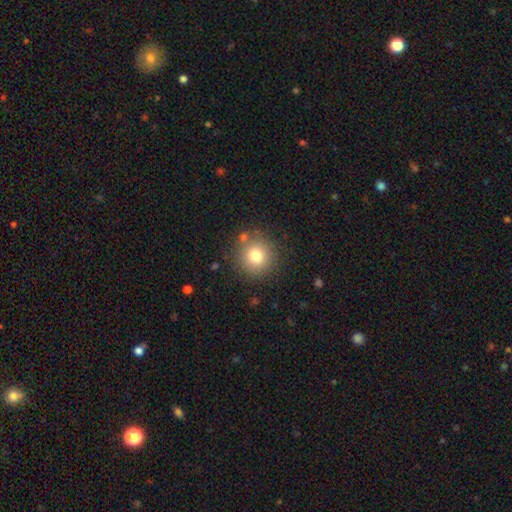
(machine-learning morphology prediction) Smooth or featured?
  - smooth: 77% *
  - star or artifact: 12%
  - featured or disk: 10%
How rounded?
  - round: 94% *
  - in between: 6%
  - cigar-shaped: 1%
Merging?
  - none: 83% *
  - minor disturbance: 9%
  - merger: 4%
  - major disturbance: 3%